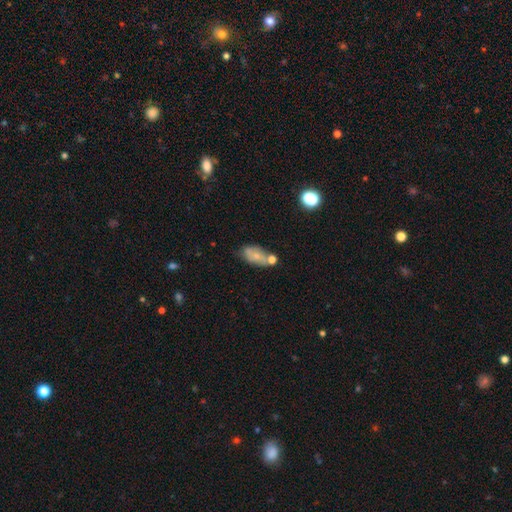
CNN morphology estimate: A smooth galaxy with no disk features (62%) that is in between round and cigar-shaped (88%).

Vote fractions:
- Smooth or featured? smooth: 62% / featured or disk: 28% / star or artifact: 10%
- How rounded? in between: 88% / round: 7% / cigar-shaped: 5%
- Merging? none: 47% / minor disturbance: 23% / merger: 22% / major disturbance: 8%